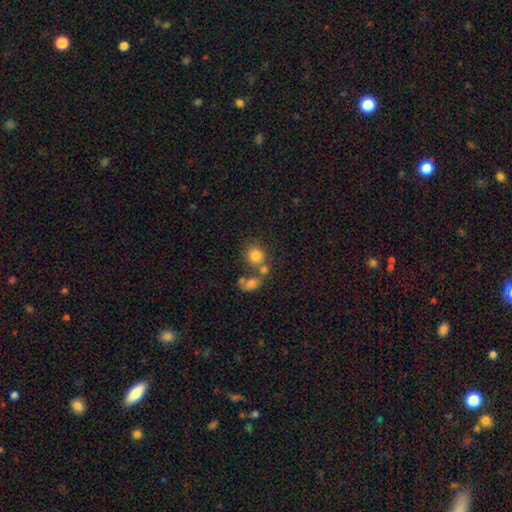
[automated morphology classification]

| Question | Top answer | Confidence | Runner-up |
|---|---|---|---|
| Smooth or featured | smooth | 79% | star or artifact (11%) |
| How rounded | round | 79% | in between (20%) |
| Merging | none | 53% | merger (30%) |